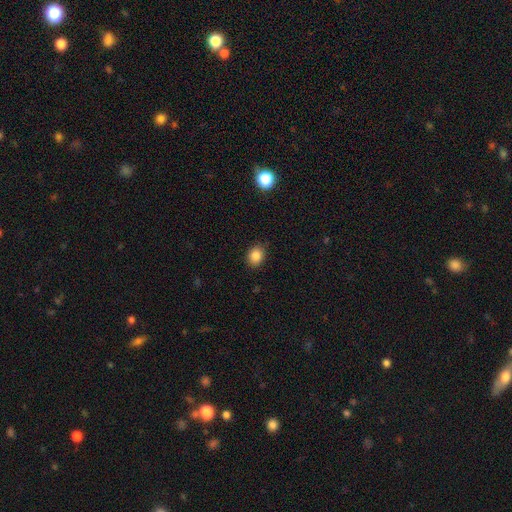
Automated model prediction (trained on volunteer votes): smooth_or_featured: smooth (p=0.85) [alt: star or artifact p=0.10]
how_rounded: in between (p=0.50) [alt: round p=0.49]
merging: none (p=0.85) [alt: minor disturbance p=0.11]